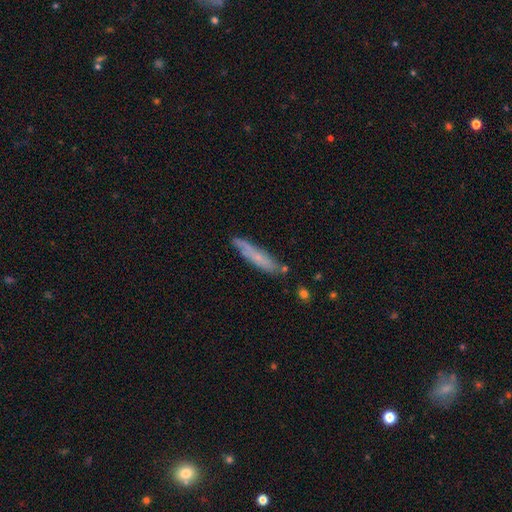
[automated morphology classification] type=smooth (55%); roundness=cigar-shaped (85%); merging=none (72%).